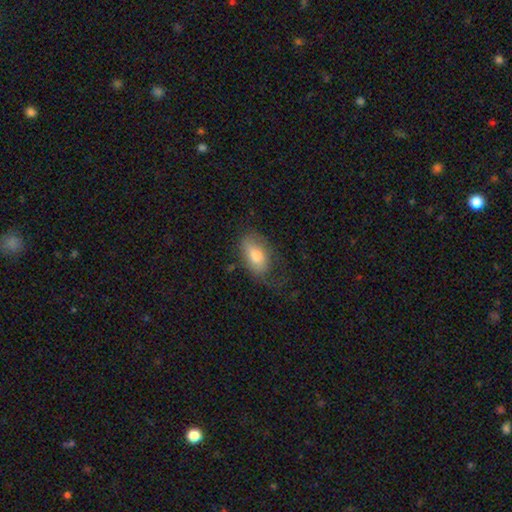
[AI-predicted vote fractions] Smooth or featured? Predicted: smooth (p=0.72). How rounded? Predicted: in between (p=0.92). Merging? Predicted: none (p=0.49).